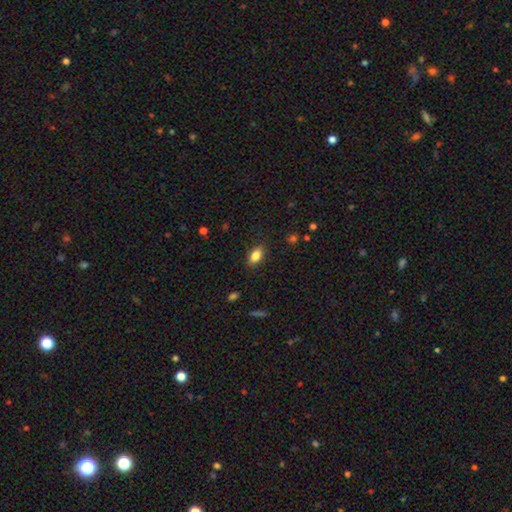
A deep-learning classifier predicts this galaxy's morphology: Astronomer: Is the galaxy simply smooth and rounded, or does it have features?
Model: smooth — 84%.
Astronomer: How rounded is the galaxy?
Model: in between — 88%.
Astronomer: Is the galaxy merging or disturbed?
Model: none — 86%.